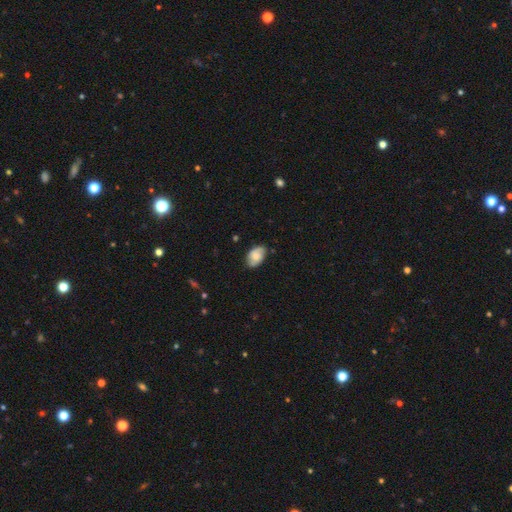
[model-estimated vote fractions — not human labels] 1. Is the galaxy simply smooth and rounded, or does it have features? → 72% smooth, 21% featured or disk, 7% star or artifact.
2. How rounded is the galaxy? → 91% in between, 8% round, 1% cigar-shaped.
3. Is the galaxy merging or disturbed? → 79% none, 17% minor disturbance, 3% major disturbance, 1% merger.